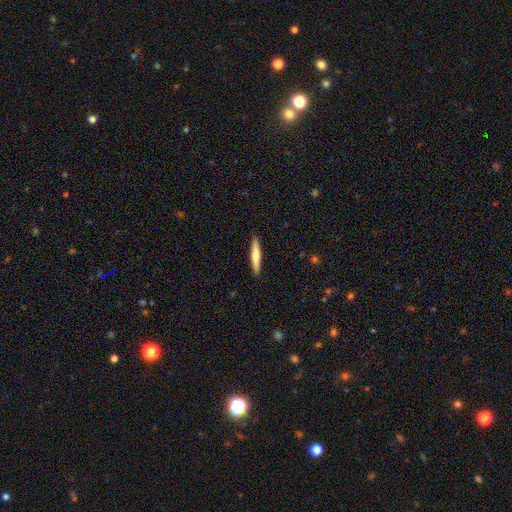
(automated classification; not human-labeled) The model was most divided on "smooth or featured": smooth: 60%, featured or disk: 35%, star or artifact: 5%. More confident: how rounded — cigar-shaped (91%); merging — none (91%).